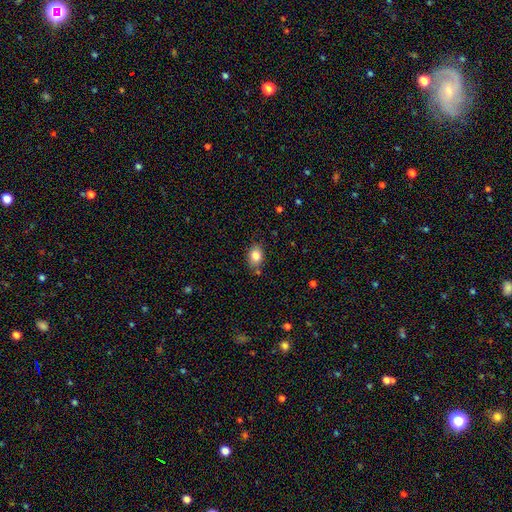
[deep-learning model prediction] smooth 83%, star or artifact 9%, featured or disk 8%. Down the decision tree: how rounded — in between (71%); merging — none (77%).